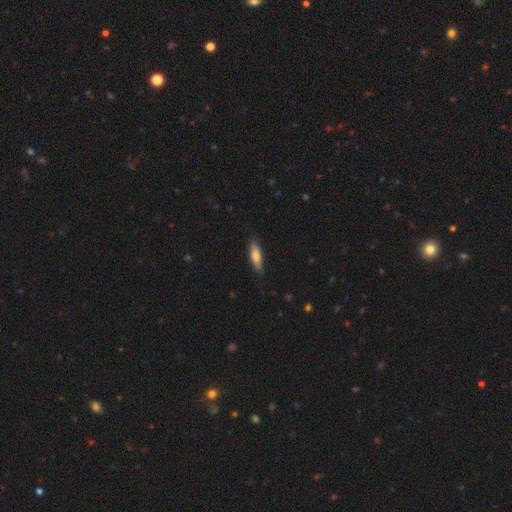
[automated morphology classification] This is likely a smooth galaxy (72%). How rounded: possibly cigar-shaped (58%). Merging: clearly none (84%).